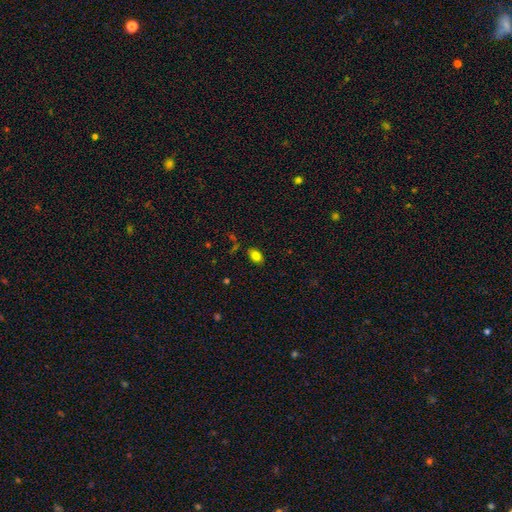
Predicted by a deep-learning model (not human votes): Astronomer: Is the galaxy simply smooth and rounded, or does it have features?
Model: smooth — 82%.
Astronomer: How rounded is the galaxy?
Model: in between — 88%.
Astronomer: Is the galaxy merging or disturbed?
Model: none — 81%.